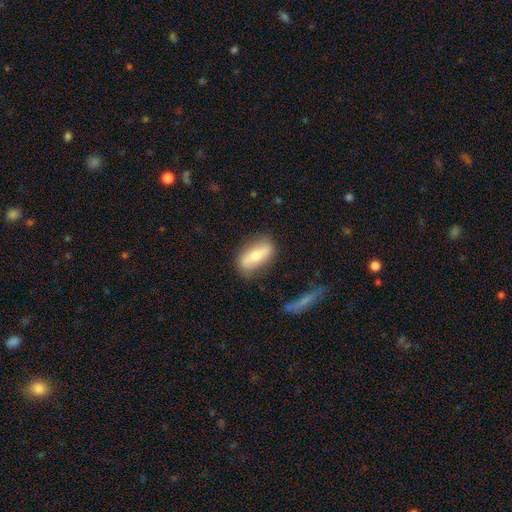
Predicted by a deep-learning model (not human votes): Overall: smooth (54%; featured or disk 40%). How rounded: in between (75%). Merging: none (77%).